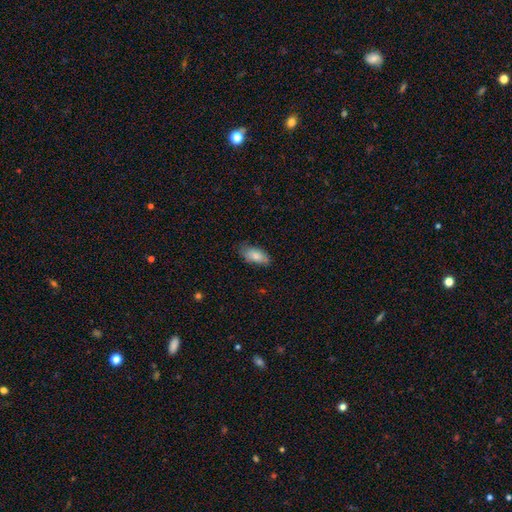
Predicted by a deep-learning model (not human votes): The model was most divided on "merging": none: 74%, minor disturbance: 21%, major disturbance: 4%, merger: 1%. More confident: how rounded — in between (88%); smooth or featured — smooth (83%).